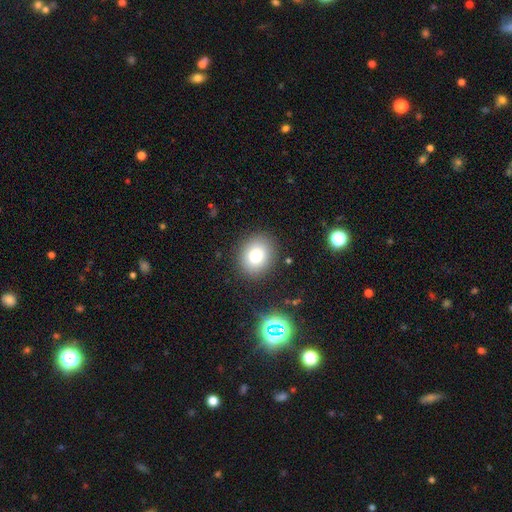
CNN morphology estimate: Smooth or featured: smooth — 77% (star or artifact — 13%)
How rounded: round — 64% (in between — 35%)
Merging: none — 87% (minor disturbance — 8%)